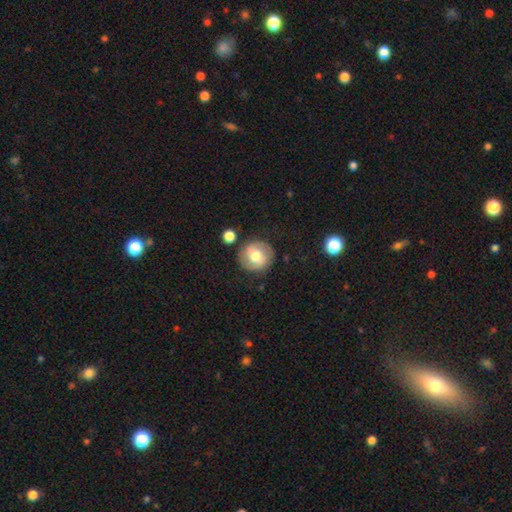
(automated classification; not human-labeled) Smooth or featured? smooth (54%)
How rounded? round (89%)
Merging? none (82%)